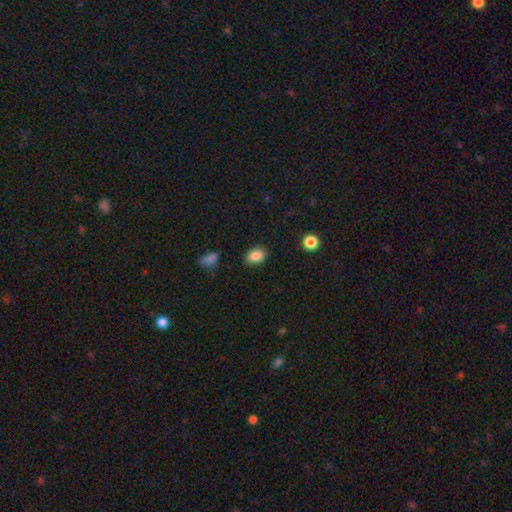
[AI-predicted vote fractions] Smooth or featured: smooth — 87% (star or artifact — 9%)
How rounded: in between — 77% (round — 21%)
Merging: none — 86% (minor disturbance — 10%)